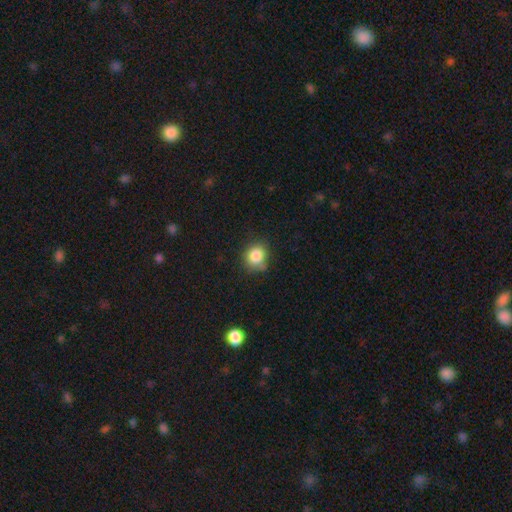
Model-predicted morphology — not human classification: smooth 84%, star or artifact 10%, featured or disk 5%. Down the decision tree: how rounded — round (70%); merging — none (71%).